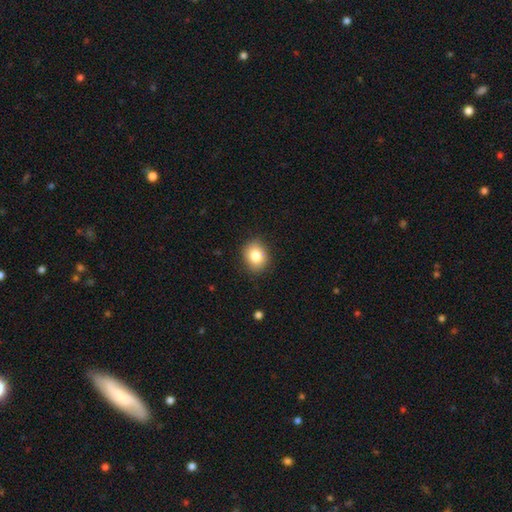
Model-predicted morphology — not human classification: smooth_or_featured: smooth (p=0.83) [alt: star or artifact p=0.09]
how_rounded: round (p=0.58) [alt: in between p=0.41]
merging: none (p=0.86) [alt: minor disturbance p=0.10]